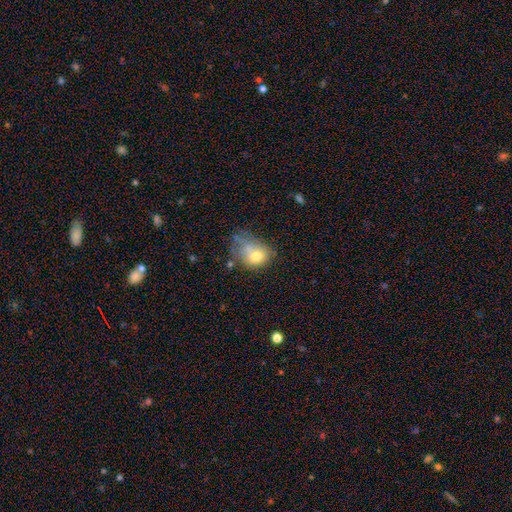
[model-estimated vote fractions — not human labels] Smooth or featured? Predicted: smooth (p=0.70). How rounded? Predicted: in between (p=0.62). Merging? Predicted: major disturbance (p=0.31).